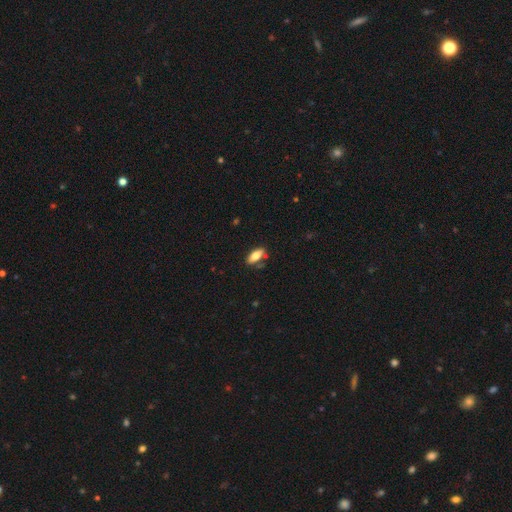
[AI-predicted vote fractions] Overall: smooth (76%). How rounded: in between (81%). Merging: none (76%).